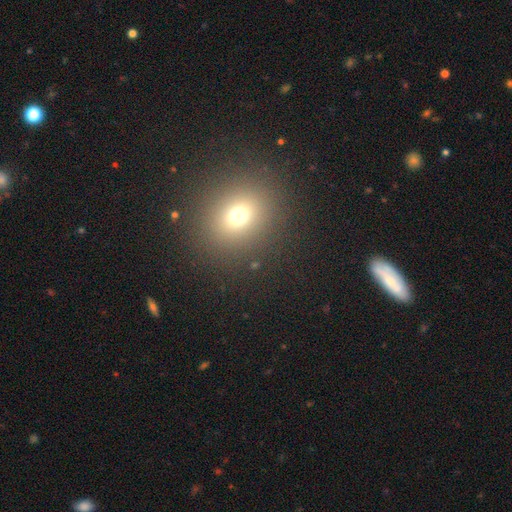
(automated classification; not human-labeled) A smooth galaxy with no disk features (67%) that is round (68%). Merging: none (90%).